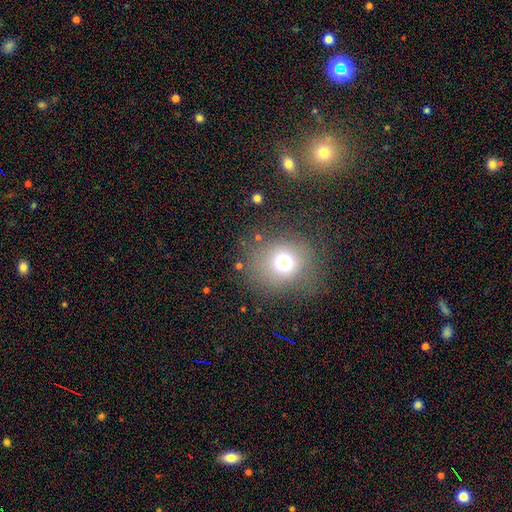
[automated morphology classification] Smooth or featured: smooth — 65% (star or artifact — 23%)
How rounded: round — 83% (in between — 15%)
Merging: none — 79% (minor disturbance — 12%)